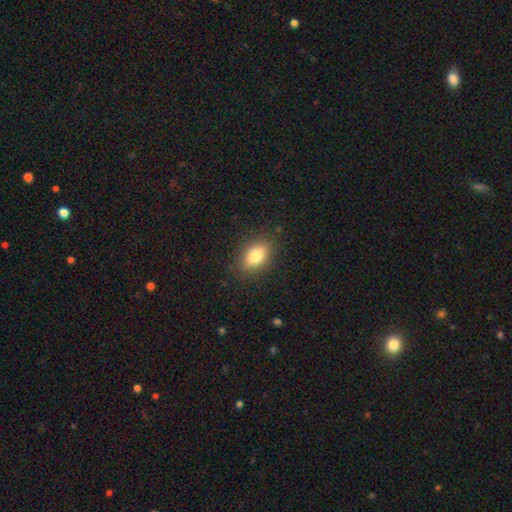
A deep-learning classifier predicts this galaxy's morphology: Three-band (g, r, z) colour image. It shows a smooth galaxy with no disk features (82%) that is in between round and cigar-shaped (87%). Merging: none (86%).